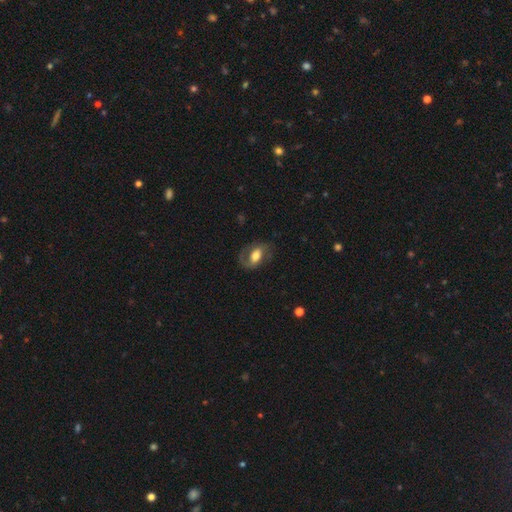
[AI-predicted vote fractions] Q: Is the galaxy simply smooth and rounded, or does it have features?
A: featured or disk — 57%.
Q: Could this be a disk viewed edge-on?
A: no — 95%.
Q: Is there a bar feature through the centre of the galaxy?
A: no — 42%.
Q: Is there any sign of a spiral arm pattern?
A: yes — 78%.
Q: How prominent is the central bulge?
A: moderate — 48%.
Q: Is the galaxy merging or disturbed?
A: none — 66%.